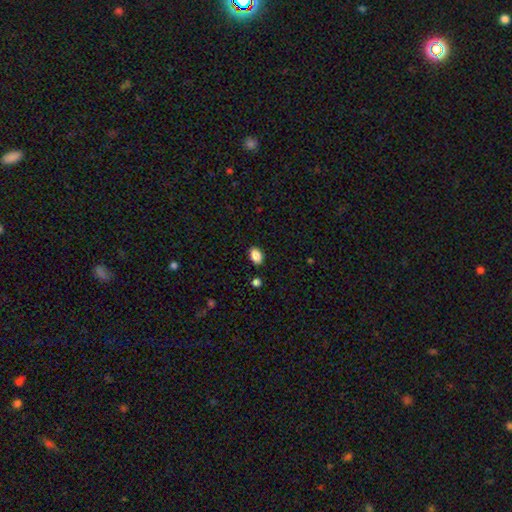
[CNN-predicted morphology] Smooth or featured?
  - smooth: 88% *
  - star or artifact: 8%
  - featured or disk: 4%
How rounded?
  - in between: 86% *
  - round: 13%
  - cigar-shaped: 1%
Merging?
  - none: 86% *
  - minor disturbance: 9%
  - major disturbance: 2%
  - merger: 2%